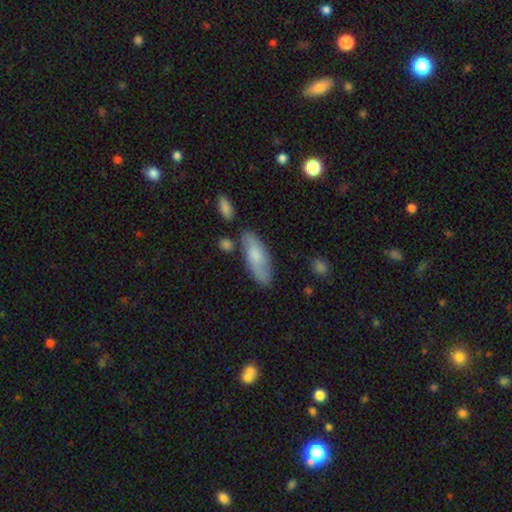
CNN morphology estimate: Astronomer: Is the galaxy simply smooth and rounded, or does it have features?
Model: smooth — 71%.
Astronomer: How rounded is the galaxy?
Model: in between — 69%.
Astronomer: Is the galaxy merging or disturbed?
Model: none — 72%.